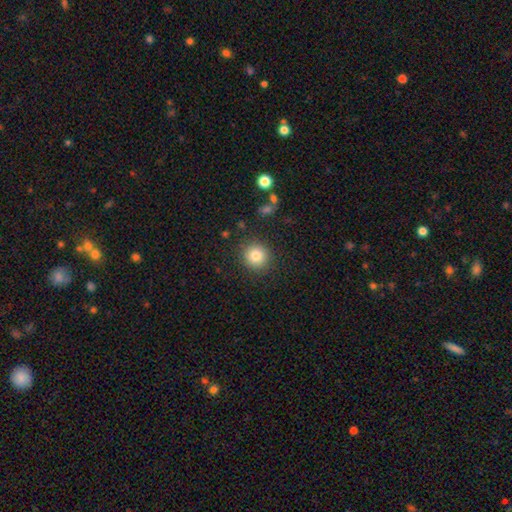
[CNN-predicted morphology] Q: Smooth or featured?
A: smooth (82%); runner-up: star or artifact (11%)
Q: How rounded?
A: round (92%); runner-up: in between (7%)
Q: Merging?
A: none (89%); runner-up: minor disturbance (7%)